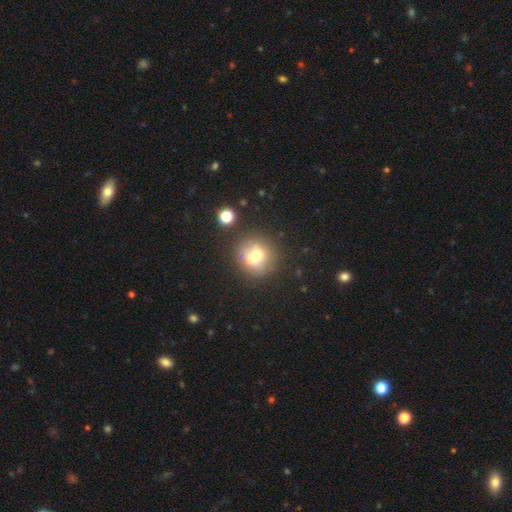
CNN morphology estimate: Smooth or featured? smooth (60%)
How rounded? round (90%)
Merging? none (65%)